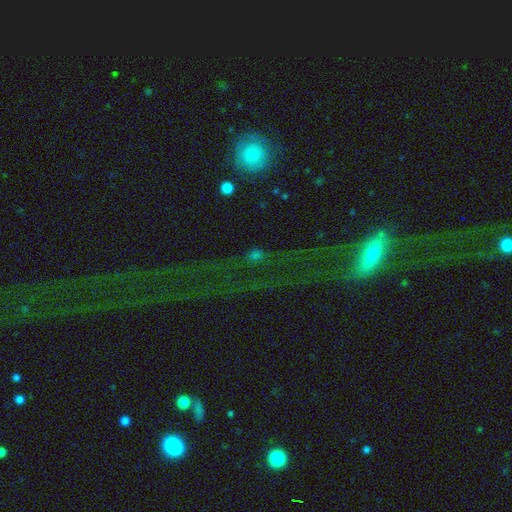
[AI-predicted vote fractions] Smooth or featured? Predicted: star or artifact (p=0.58).